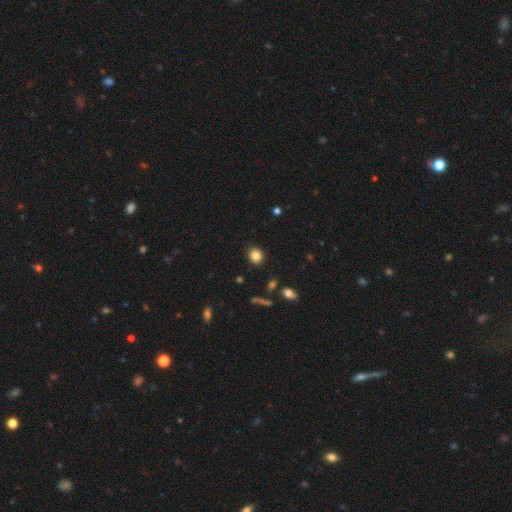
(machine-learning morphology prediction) Smooth or featured? smooth (83%)
How rounded? round (75%)
Merging? none (89%)